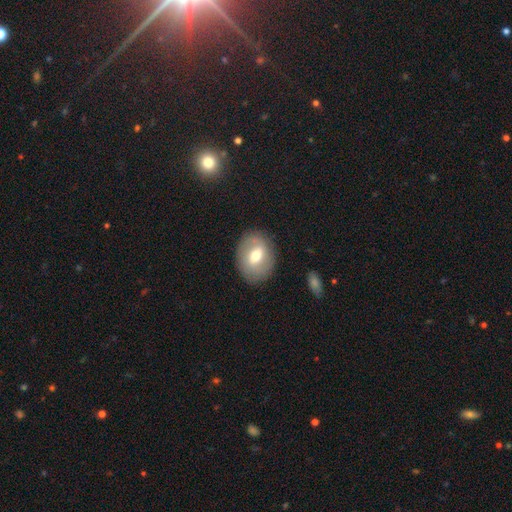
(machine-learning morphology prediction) Q: Smooth or featured?
A: smooth (54%); runner-up: featured or disk (39%)
Q: How rounded?
A: in between (62%); runner-up: round (37%)
Q: Merging?
A: none (84%); runner-up: minor disturbance (11%)